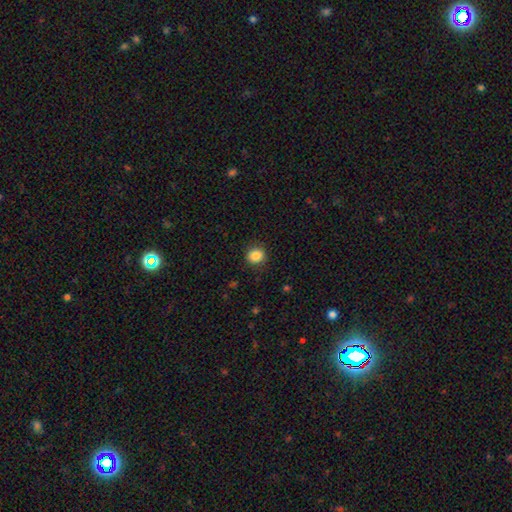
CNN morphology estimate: smooth_or_featured: smooth (p=0.86) [alt: star or artifact p=0.10]
how_rounded: round (p=0.87) [alt: in between p=0.12]
merging: none (p=0.90) [alt: minor disturbance p=0.07]